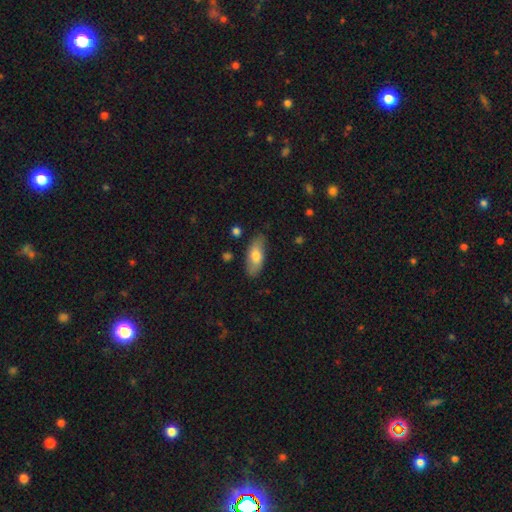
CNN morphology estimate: A smooth galaxy with no disk features (70%) that is in between round and cigar-shaped (83%).

Vote fractions:
- Smooth or featured? smooth: 70% / featured or disk: 24% / star or artifact: 6%
- How rounded? in between: 83% / cigar-shaped: 15% / round: 3%
- Merging? none: 79% / minor disturbance: 16% / major disturbance: 3% / merger: 2%